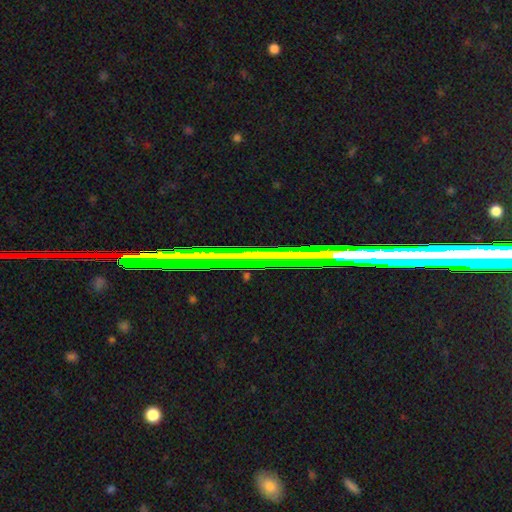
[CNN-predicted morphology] This is likely a star or artifact rather than a galaxy (71%).